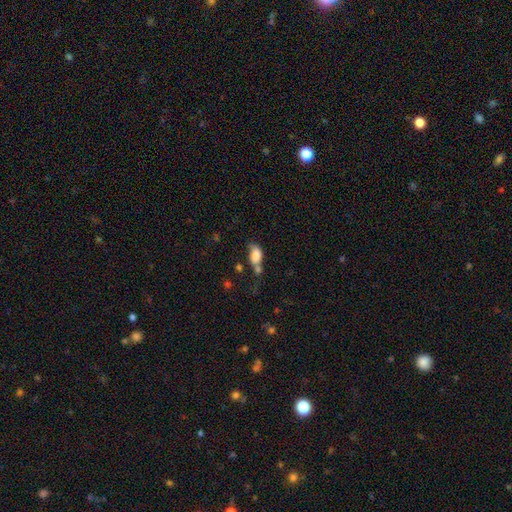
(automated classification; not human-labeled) Morphology: type=smooth (76%); roundness=in between (86%); merging=merger (30%).